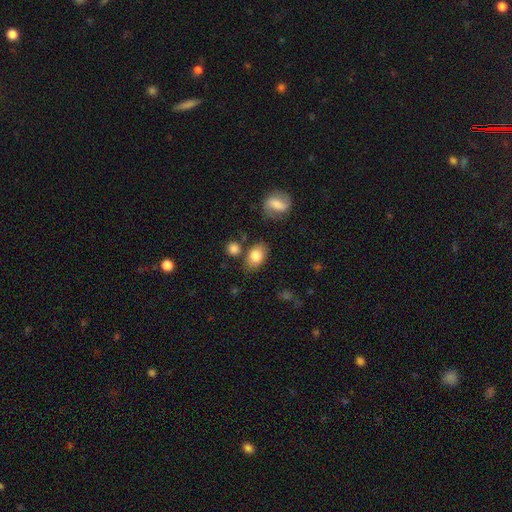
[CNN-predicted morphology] This is clearly a smooth galaxy (80%). How rounded: clearly in between (81%). Merging: likely none (74%).